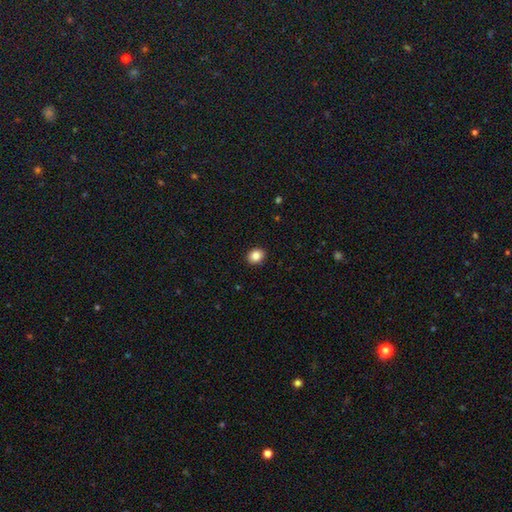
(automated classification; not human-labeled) Overall: smooth (85%). How rounded: round (57%; in between 42%). Merging: none (91%).